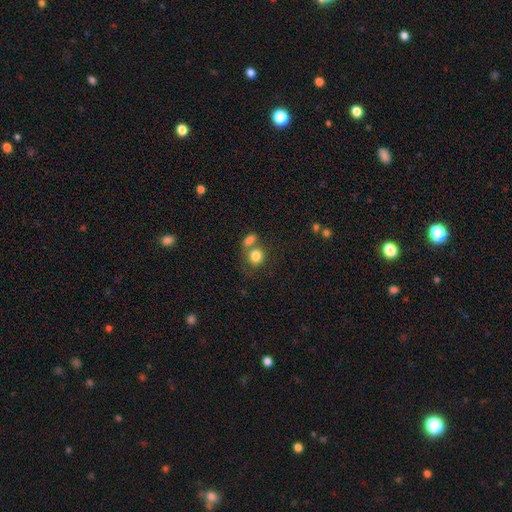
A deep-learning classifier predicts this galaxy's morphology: Q: Smooth or featured?
A: smooth (81%); runner-up: star or artifact (9%)
Q: How rounded?
A: round (69%); runner-up: in between (30%)
Q: Merging?
A: merger (42%); runner-up: none (41%)